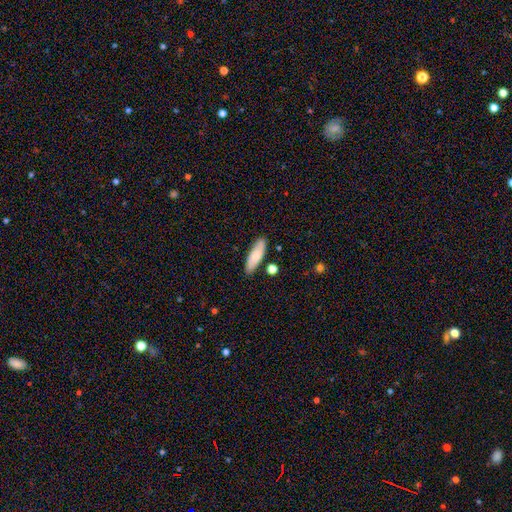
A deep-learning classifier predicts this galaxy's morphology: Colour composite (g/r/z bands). It shows a smooth galaxy with no disk features (76%) that is in between round and cigar-shaped (53%). Merging: none (84%).